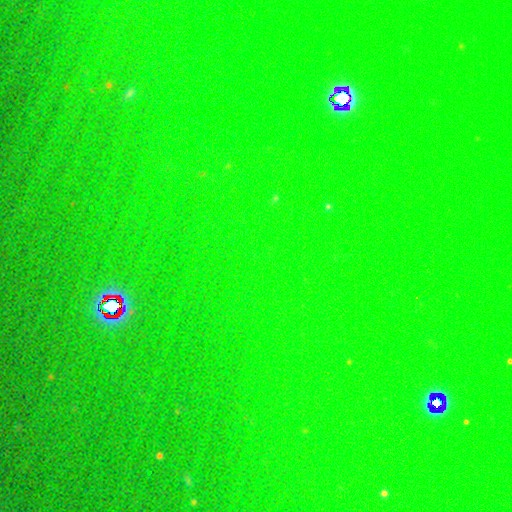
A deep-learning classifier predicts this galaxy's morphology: smooth-or-featured: star or artifact: 77% | smooth: 14% | featured or disk: 8%